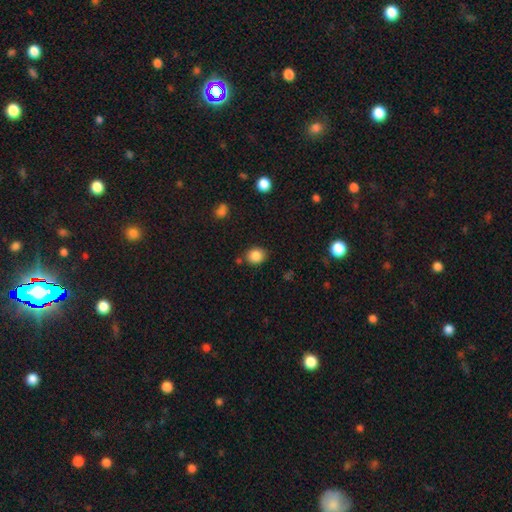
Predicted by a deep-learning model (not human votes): Smooth or featured: smooth — 85% (star or artifact — 10%)
How rounded: round — 63% (in between — 36%)
Merging: none — 80% (minor disturbance — 12%)